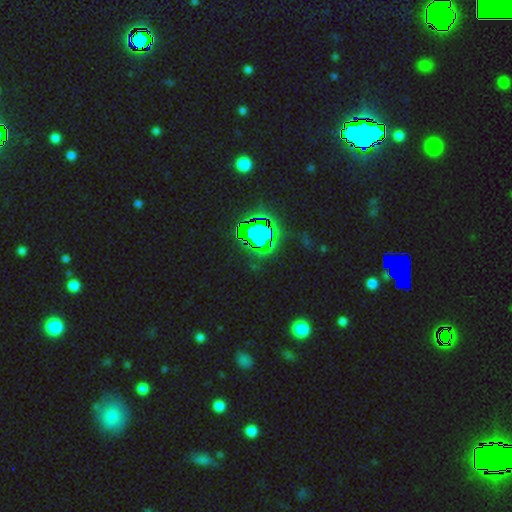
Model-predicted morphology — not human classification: Q: Smooth or featured?
A: star or artifact (81%); runner-up: smooth (11%)